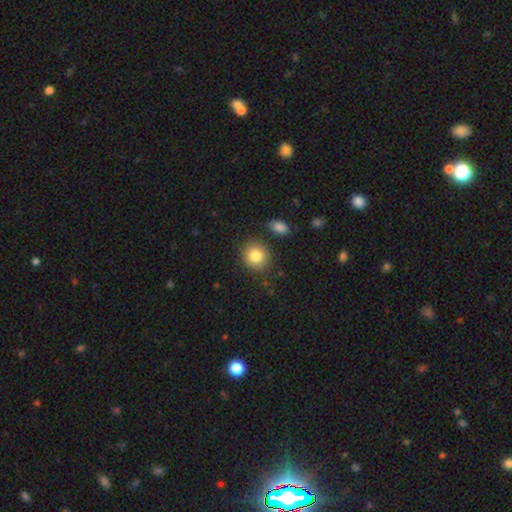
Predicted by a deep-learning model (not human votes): This is clearly a smooth galaxy (83%). How rounded: clearly round (83%). Merging: clearly none (85%).